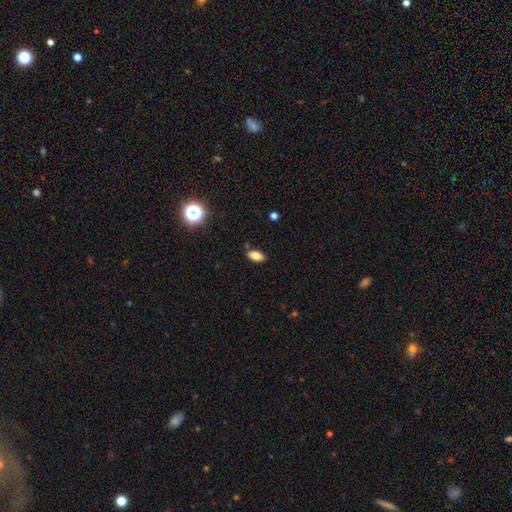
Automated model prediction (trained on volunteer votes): smooth_or_featured: smooth (p=0.78) [alt: featured or disk p=0.12]
how_rounded: in between (p=0.88) [alt: cigar-shaped p=0.07]
merging: none (p=0.81) [alt: minor disturbance p=0.13]